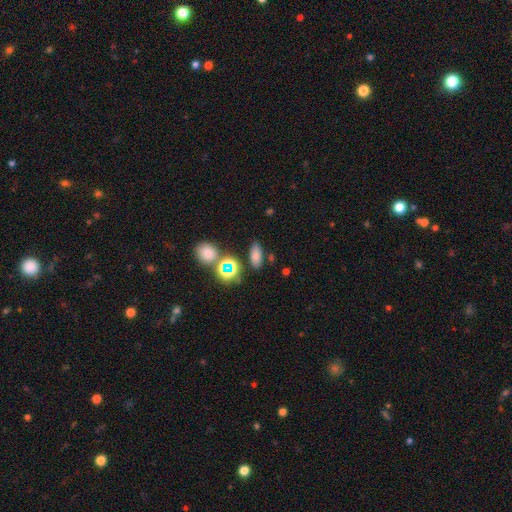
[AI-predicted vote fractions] This appears to be a smooth galaxy with no disk features (73%) that is in between round and cigar-shaped (76%). Merging: none (78%).